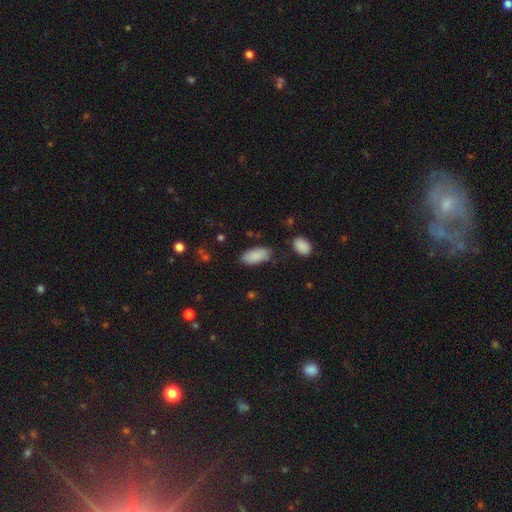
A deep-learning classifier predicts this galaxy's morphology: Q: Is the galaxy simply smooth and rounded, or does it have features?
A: smooth — 88%.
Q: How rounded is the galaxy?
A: in between — 92%.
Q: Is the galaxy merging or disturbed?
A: none — 74%.